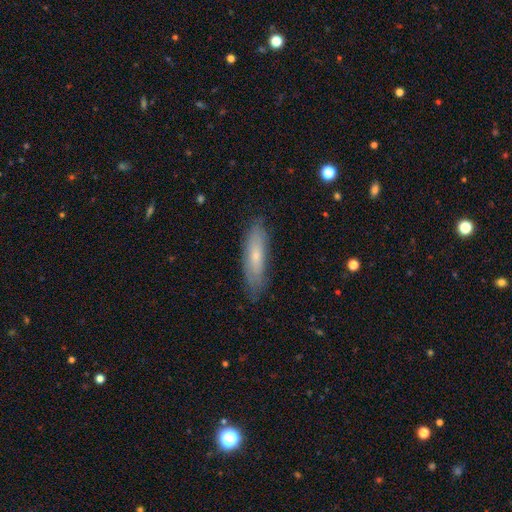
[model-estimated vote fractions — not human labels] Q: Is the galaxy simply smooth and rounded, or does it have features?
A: smooth — 60%.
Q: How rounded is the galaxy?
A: cigar-shaped — 64%.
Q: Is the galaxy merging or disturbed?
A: none — 79%.